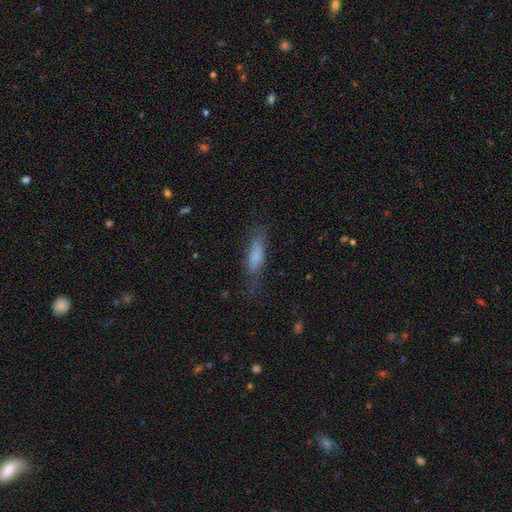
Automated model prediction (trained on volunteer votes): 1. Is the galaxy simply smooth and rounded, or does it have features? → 75% smooth, 17% featured or disk, 8% star or artifact.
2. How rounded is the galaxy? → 56% cigar-shaped, 42% in between, 2% round.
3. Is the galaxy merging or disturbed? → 64% none, 24% minor disturbance, 11% major disturbance, 2% merger.